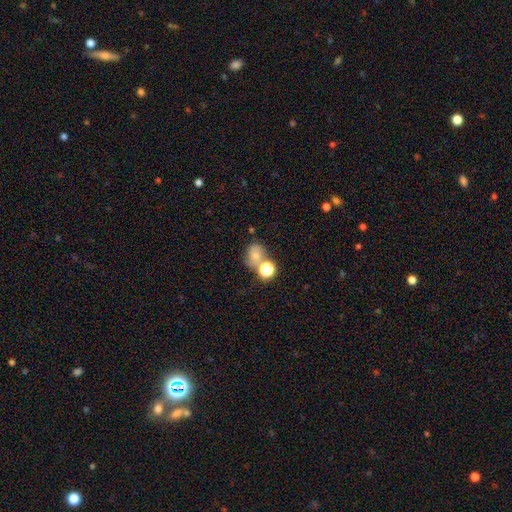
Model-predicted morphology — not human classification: Overall: smooth (61%; featured or disk 22%). How rounded: round (57%; in between 42%). Merging: none (45%; merger 32%).